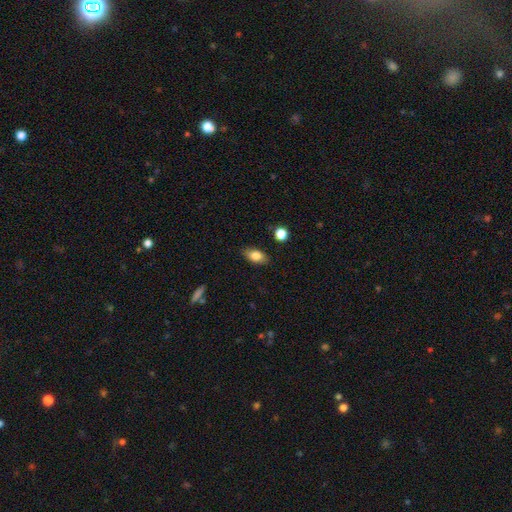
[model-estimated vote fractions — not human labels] smooth-or-featured: smooth: 80% | featured or disk: 12% | star or artifact: 8%
  how-rounded: in between: 87% | round: 8% | cigar-shaped: 5%
  merging: none: 85% | minor disturbance: 11% | major disturbance: 2% | merger: 2%